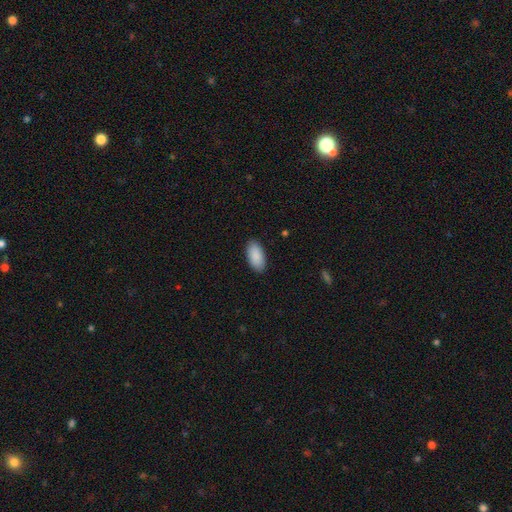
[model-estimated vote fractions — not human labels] smooth 90%, star or artifact 6%, featured or disk 4%. Down the decision tree: how rounded — in between (94%); merging — none (89%).